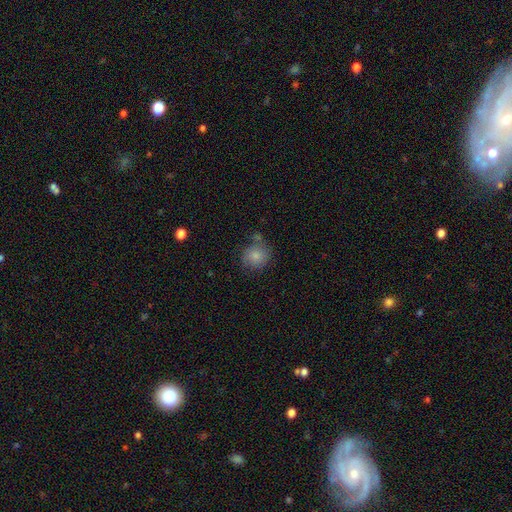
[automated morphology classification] A smooth galaxy with no disk features (80%) that is round (86%).

Vote fractions:
- Smooth or featured? smooth: 80% / featured or disk: 11% / star or artifact: 9%
- How rounded? round: 86% / in between: 13% / cigar-shaped: 1%
- Merging? none: 67% / minor disturbance: 18% / merger: 9% / major disturbance: 6%